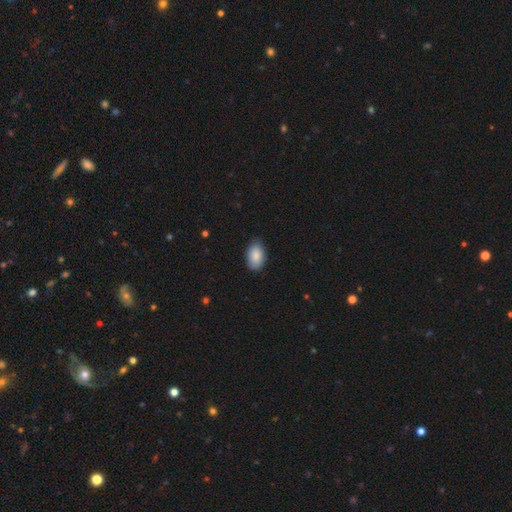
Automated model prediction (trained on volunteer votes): A smooth galaxy with no disk features (88%) that is in between round and cigar-shaped (93%).

Vote fractions:
- Smooth or featured? smooth: 88% / star or artifact: 6% / featured or disk: 6%
- How rounded? in between: 93% / round: 6% / cigar-shaped: 1%
- Merging? none: 81% / minor disturbance: 15% / major disturbance: 2% / merger: 1%